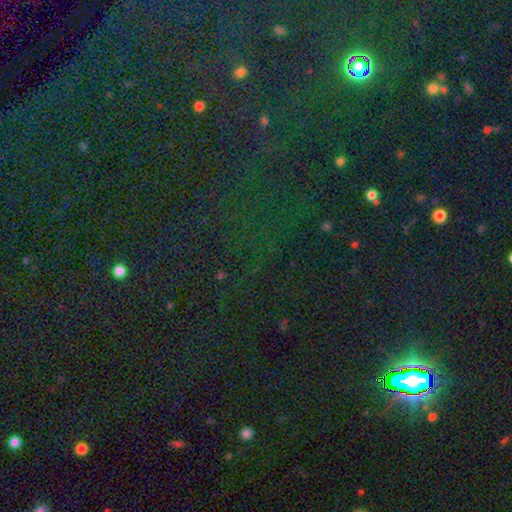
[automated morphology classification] Overall: star or artifact (82%).